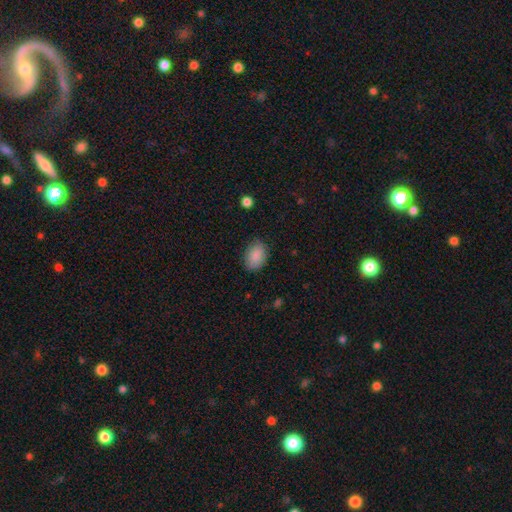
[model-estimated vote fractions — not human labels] This is clearly a smooth galaxy (88%). How rounded: clearly in between (83%). Merging: clearly none (83%).